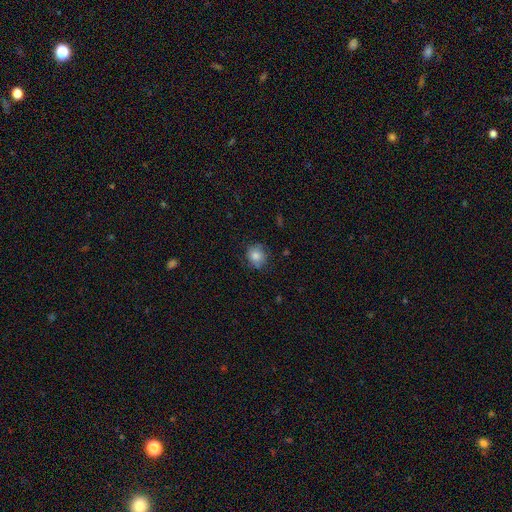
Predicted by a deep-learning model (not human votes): A smooth galaxy with no disk features (82%) that is round (80%).

Vote fractions:
- Smooth or featured? smooth: 82% / star or artifact: 10% / featured or disk: 8%
- How rounded? round: 80% / in between: 19% / cigar-shaped: 1%
- Merging? none: 77% / minor disturbance: 18% / major disturbance: 4% / merger: 1%